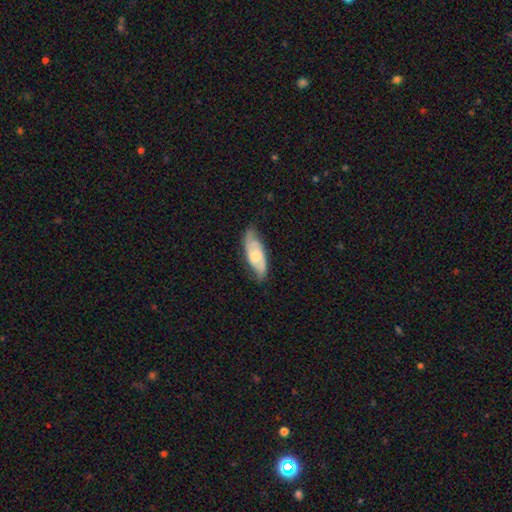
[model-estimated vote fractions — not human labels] Smooth or featured? Predicted: featured or disk (p=0.54). Edge-on disk? Predicted: no (p=0.85). Merging? Predicted: none (p=0.70).